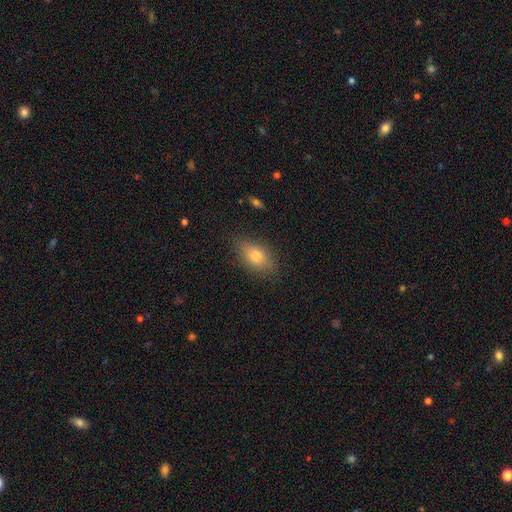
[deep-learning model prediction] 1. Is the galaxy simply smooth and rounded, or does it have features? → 75% smooth, 16% featured or disk, 9% star or artifact.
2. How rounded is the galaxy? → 84% in between, 9% round, 8% cigar-shaped.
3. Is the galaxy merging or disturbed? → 83% none, 13% minor disturbance, 3% major disturbance, 1% merger.